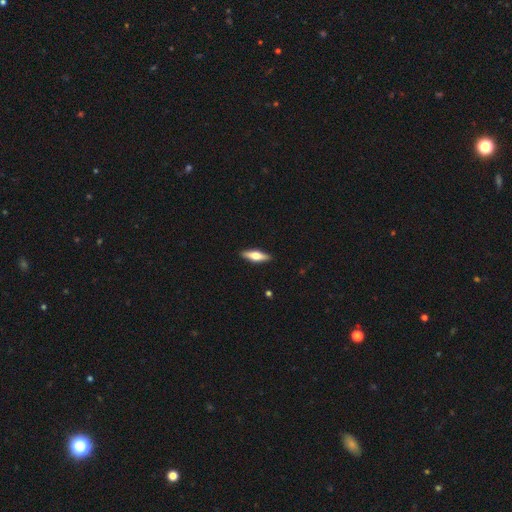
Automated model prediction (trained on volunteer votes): Morphology: type=smooth (53%); roundness=cigar-shaped (53%); merging=none (90%).